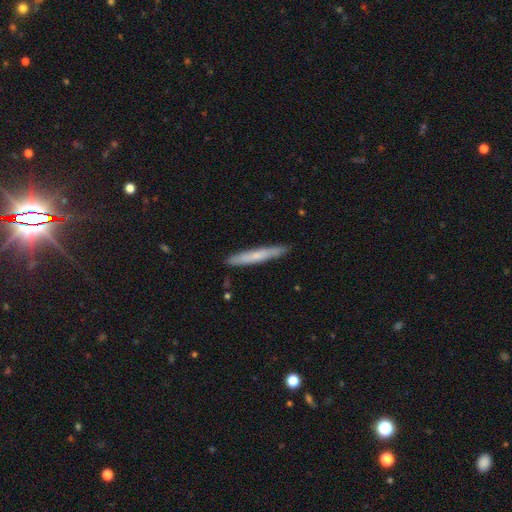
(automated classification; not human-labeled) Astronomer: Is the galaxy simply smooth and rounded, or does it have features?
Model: smooth — 59% (runner-up: featured or disk, 36%).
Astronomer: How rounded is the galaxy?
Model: cigar-shaped — 96%.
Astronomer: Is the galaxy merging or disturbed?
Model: none — 89%.